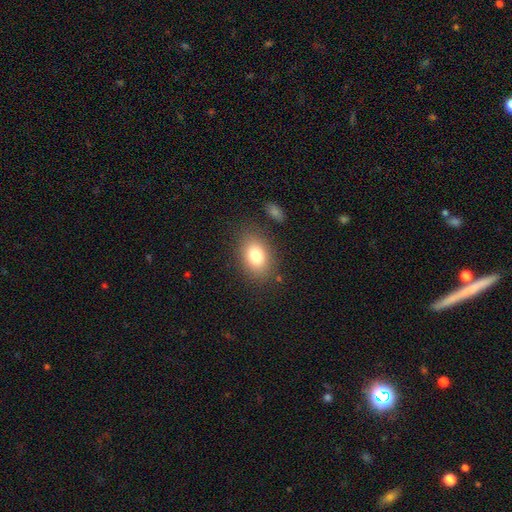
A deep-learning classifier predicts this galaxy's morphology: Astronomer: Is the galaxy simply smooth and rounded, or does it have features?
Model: smooth — 79%.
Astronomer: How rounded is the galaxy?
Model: in between — 78%.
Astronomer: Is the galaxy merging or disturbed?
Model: none — 82%.